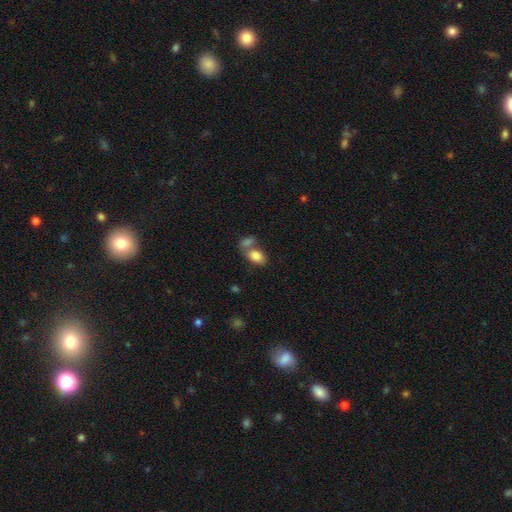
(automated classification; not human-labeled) The model was most divided on "merging": merger: 45%, none: 40%, minor disturbance: 10%, major disturbance: 4%. More confident: how rounded — in between (90%); smooth or featured — smooth (84%).